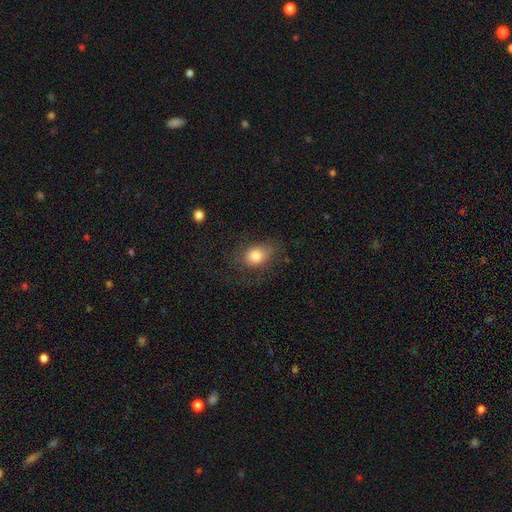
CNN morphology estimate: The model was most divided on "how rounded": in between: 57%, round: 42%, cigar-shaped: 2%. More confident: smooth or featured — smooth (77%); merging — none (59%).